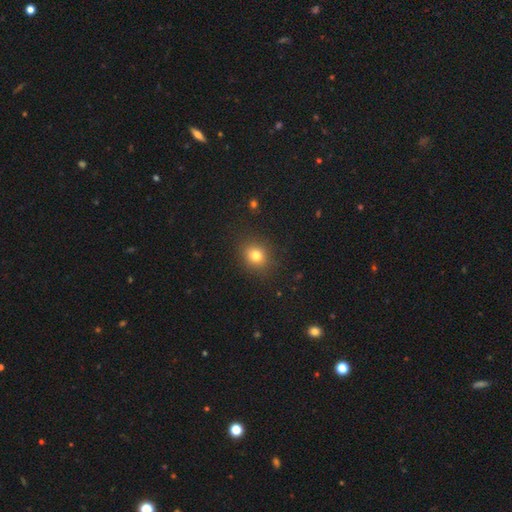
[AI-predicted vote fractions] smooth-or-featured: smooth: 79% | star or artifact: 14% | featured or disk: 7%
  how-rounded: round: 76% | in between: 23% | cigar-shaped: 1%
  merging: none: 89% | minor disturbance: 7% | major disturbance: 3% | merger: 1%